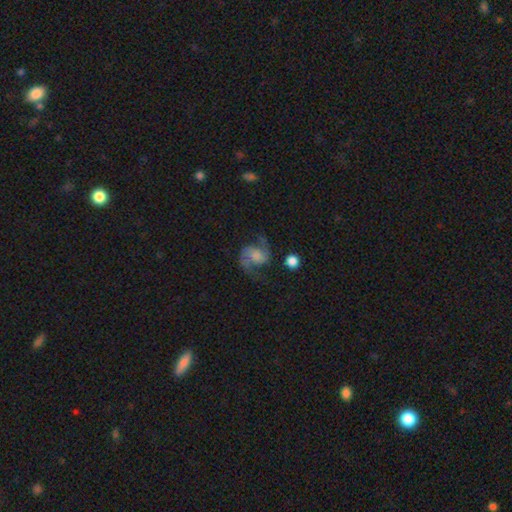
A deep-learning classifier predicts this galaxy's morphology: Smooth or featured? featured or disk (79%)
Edge-on disk? no (98%)
Bar? no (66%)
Spiral arms? yes (95%)
Spiral winding? loose (49%)
Spiral arm count? 2 (91%)
Bulge size? none (34%)
Merging? none (61%)